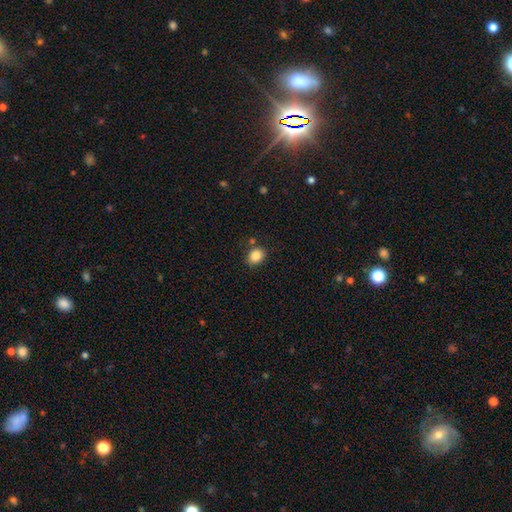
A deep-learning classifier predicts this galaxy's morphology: smooth-or-featured: smooth: 86% | star or artifact: 10% | featured or disk: 5%
  how-rounded: round: 50% | in between: 49% | cigar-shaped: 1%
  merging: none: 79% | minor disturbance: 12% | merger: 6% | major disturbance: 3%